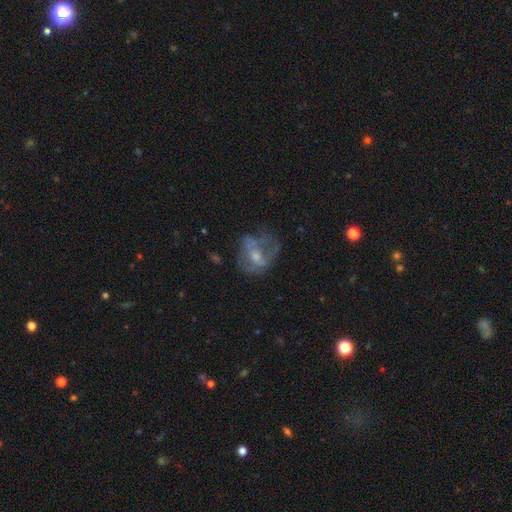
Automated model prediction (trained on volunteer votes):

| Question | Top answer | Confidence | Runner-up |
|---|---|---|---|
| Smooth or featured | featured or disk | 57% | smooth (29%) |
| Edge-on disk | no | 96% | yes (4%) |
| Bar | no | 55% | weak (35%) |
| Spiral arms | no | 60% | yes (40%) |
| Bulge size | moderate | 44% | small (41%) |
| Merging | none | 44% | major disturbance (30%) |